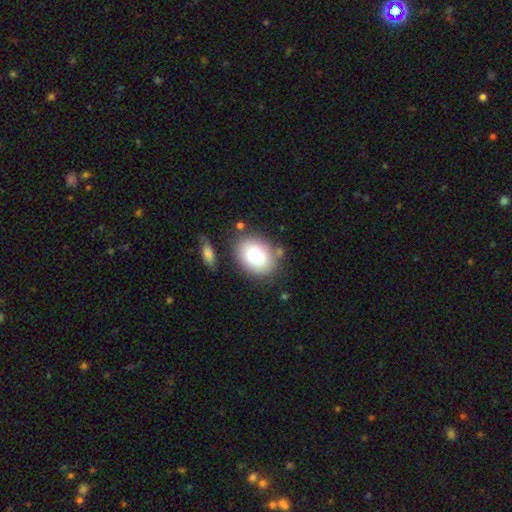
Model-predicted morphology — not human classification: Smooth or featured? Predicted: smooth (p=0.79). How rounded? Predicted: in between (p=0.66). Merging? Predicted: none (p=0.77).